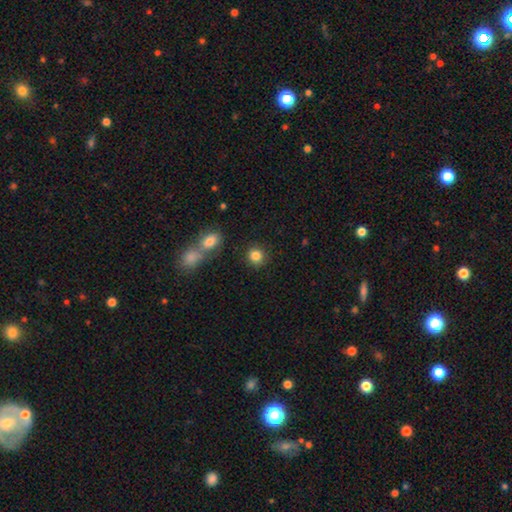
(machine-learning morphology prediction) Smooth or featured? smooth (85%)
How rounded? round (88%)
Merging? none (85%)